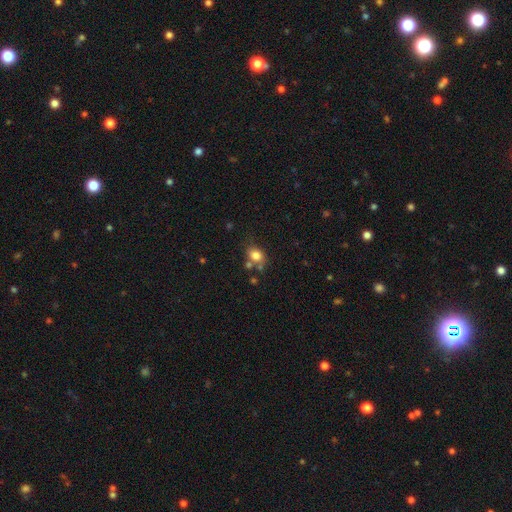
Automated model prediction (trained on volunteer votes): Morphology: type=smooth (81%); roundness=in between (59%); merging=none (58%).